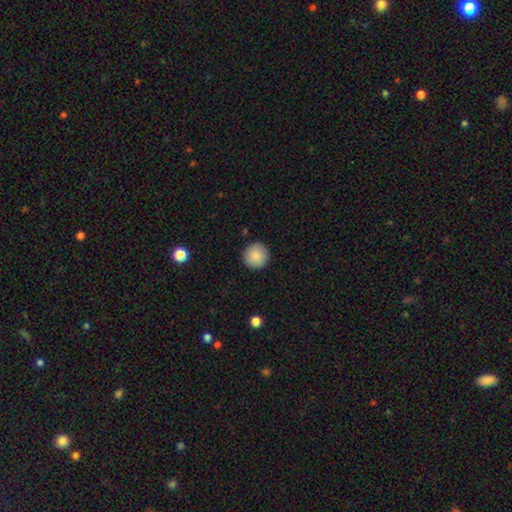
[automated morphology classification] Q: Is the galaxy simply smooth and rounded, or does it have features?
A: smooth — 87%.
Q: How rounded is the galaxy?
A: round — 96%.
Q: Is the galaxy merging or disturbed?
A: none — 92%.